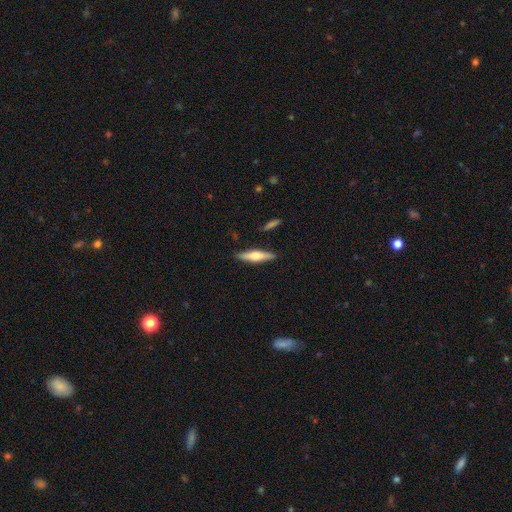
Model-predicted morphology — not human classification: A featured or disk galaxy (54%) viewed edge-on (95%) with a rounded central bulge (91%).

Vote fractions:
- Smooth or featured? featured or disk: 54% / smooth: 40% / star or artifact: 6%
- Edge-on disk? yes: 95% / no: 5%
- Edge-on bulge? rounded: 91% / boxy: 5% / none: 3%
- Merging? none: 88% / minor disturbance: 8% / merger: 2% / major disturbance: 2%